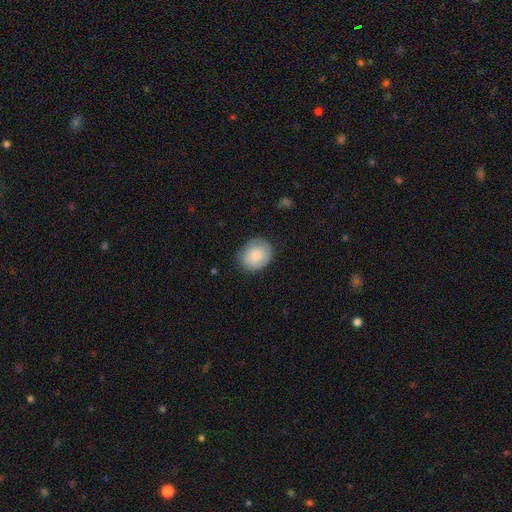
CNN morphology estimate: Smooth or featured: smooth — 81% (featured or disk — 13%)
How rounded: round — 61% (in between — 38%)
Merging: none — 76% (minor disturbance — 19%)